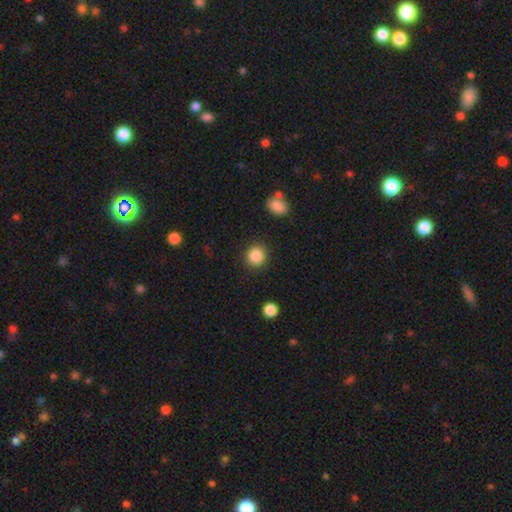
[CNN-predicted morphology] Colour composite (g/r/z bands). It shows a smooth galaxy with no disk features (87%) that is round (88%). Merging: none (89%).